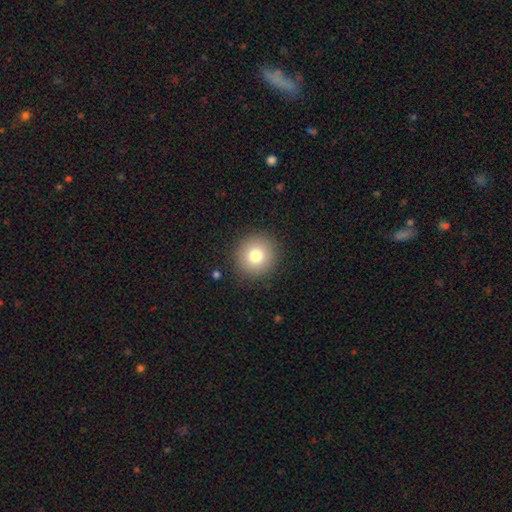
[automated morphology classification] This is likely a smooth galaxy (78%). How rounded: clearly round (93%). Merging: clearly none (90%).